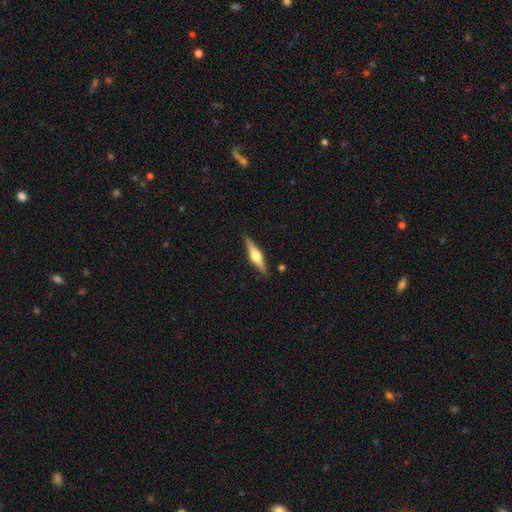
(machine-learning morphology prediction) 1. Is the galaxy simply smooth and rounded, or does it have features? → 67% featured or disk, 27% smooth, 5% star or artifact.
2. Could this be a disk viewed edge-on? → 97% yes, 3% no.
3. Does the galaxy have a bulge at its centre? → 93% rounded, 5% boxy, 2% none.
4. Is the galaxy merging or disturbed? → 89% none, 8% minor disturbance, 2% major disturbance, 1% merger.